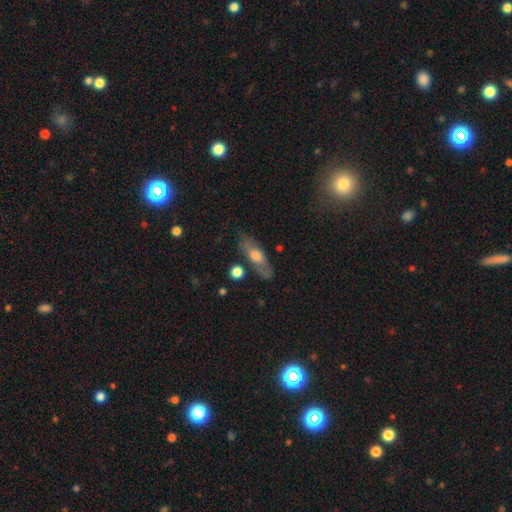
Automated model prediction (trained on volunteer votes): This is possibly a smooth galaxy (50%). Merging: likely none (75%).